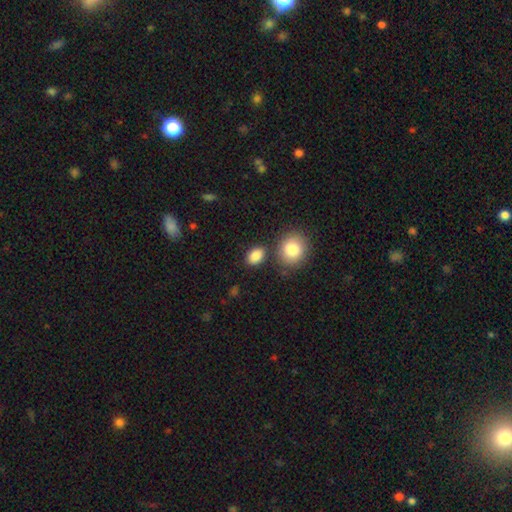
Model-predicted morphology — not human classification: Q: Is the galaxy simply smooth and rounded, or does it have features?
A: smooth — 87%.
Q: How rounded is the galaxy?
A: in between — 76%.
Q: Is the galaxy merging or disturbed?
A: none — 76%.